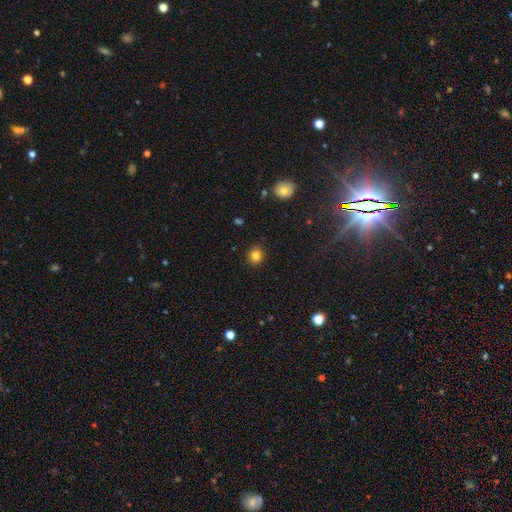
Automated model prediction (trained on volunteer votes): Smooth or featured: smooth — 83% (star or artifact — 12%)
How rounded: round — 84% (in between — 15%)
Merging: none — 89% (minor disturbance — 8%)